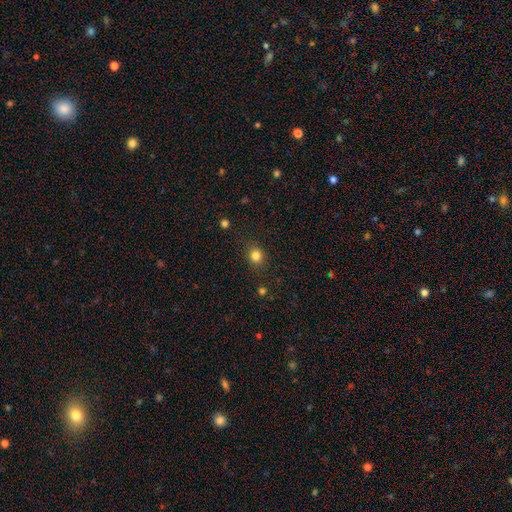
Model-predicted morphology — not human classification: Overall: smooth (82%). How rounded: round (80%). Merging: none (86%).